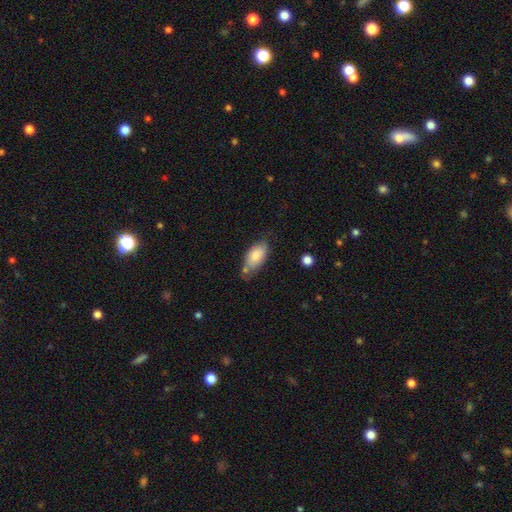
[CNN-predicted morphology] The model was most divided on "merging": none: 56%, minor disturbance: 30%, merger: 8%, major disturbance: 7%. More confident: how rounded — in between (91%); smooth or featured — smooth (79%).